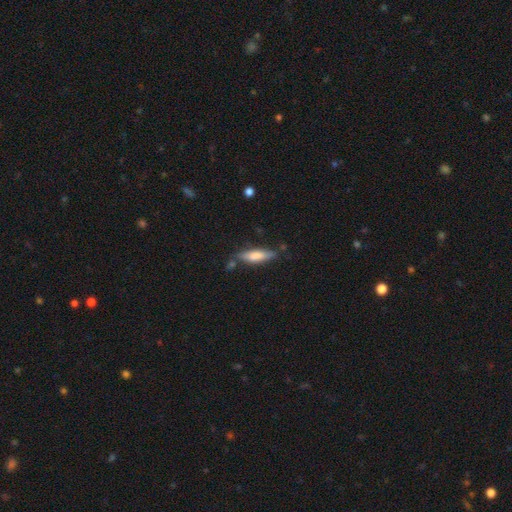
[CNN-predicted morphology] smooth-or-featured: smooth: 66% | featured or disk: 28% | star or artifact: 6%
  how-rounded: cigar-shaped: 62% | in between: 36% | round: 2%
  merging: none: 70% | minor disturbance: 19% | merger: 6% | major disturbance: 5%